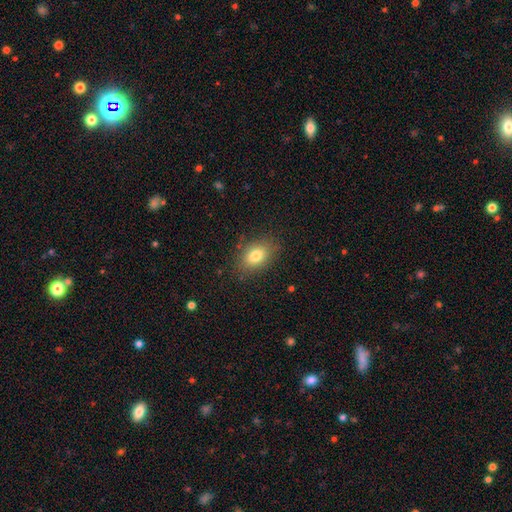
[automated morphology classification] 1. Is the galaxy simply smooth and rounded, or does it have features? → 80% smooth, 11% featured or disk, 10% star or artifact.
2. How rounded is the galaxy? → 82% in between, 16% round, 2% cigar-shaped.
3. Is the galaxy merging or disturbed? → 82% none, 13% minor disturbance, 4% major disturbance, 1% merger.